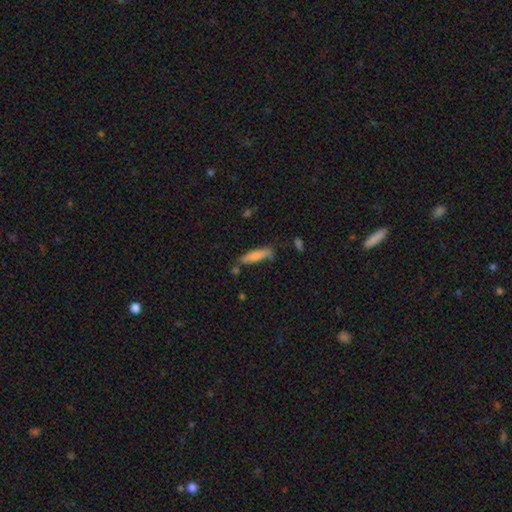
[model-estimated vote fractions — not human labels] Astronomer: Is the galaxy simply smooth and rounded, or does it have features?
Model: smooth — 76%.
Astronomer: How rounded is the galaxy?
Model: cigar-shaped — 75%.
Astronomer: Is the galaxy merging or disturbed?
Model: none — 60%.